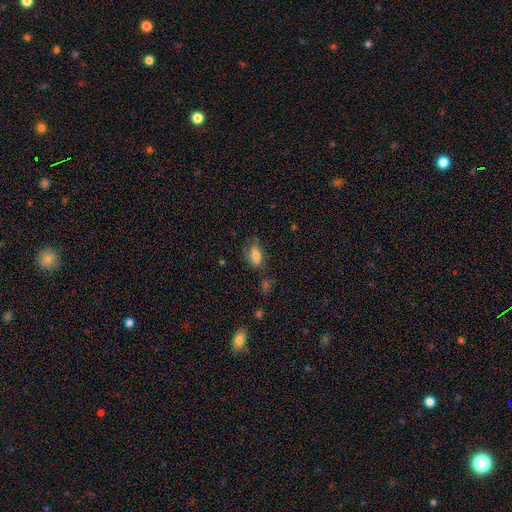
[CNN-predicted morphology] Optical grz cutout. It shows a smooth galaxy with no disk features (76%) that is in between round and cigar-shaped (87%). Merging: none (60%).